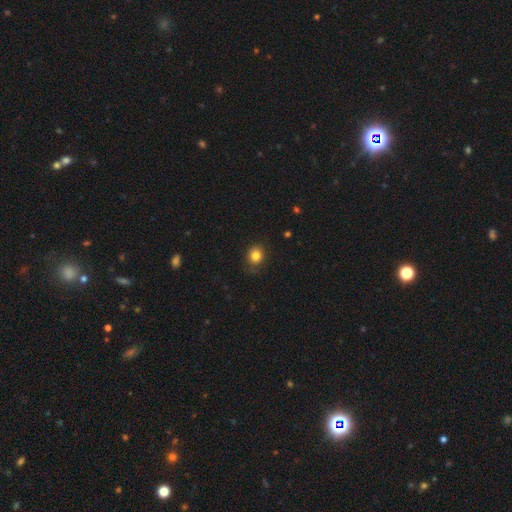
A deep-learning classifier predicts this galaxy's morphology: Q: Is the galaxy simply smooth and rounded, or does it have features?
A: smooth — 83%.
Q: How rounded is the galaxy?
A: round — 75%.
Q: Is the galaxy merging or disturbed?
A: none — 79%.